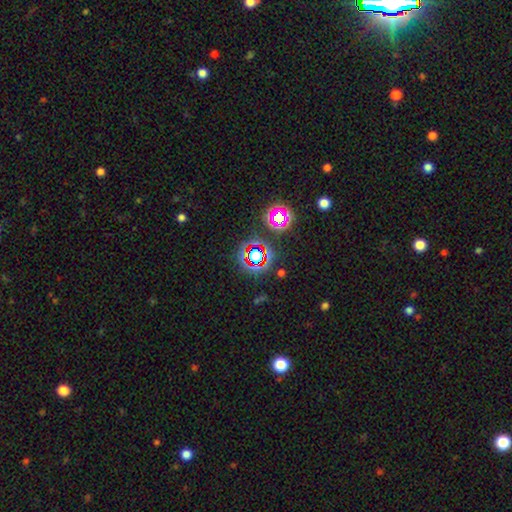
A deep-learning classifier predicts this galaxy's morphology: smooth-or-featured: star or artifact: 70% | smooth: 19% | featured or disk: 11%